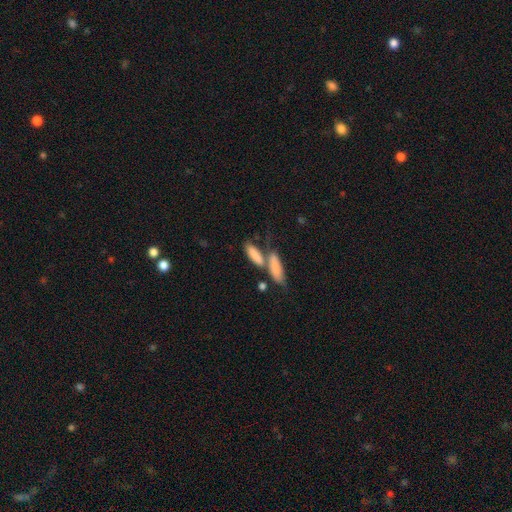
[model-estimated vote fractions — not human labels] smooth-or-featured: smooth: 80% | featured or disk: 13% | star or artifact: 7%
  how-rounded: in between: 56% | cigar-shaped: 41% | round: 3%
  merging: merger: 47% | none: 36% | minor disturbance: 11% | major disturbance: 6%